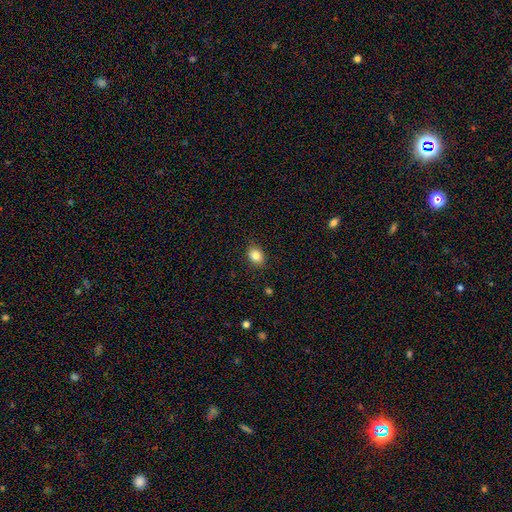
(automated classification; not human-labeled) This appears to be a smooth galaxy with no disk features (85%) that is in between round and cigar-shaped (63%). Merging: none (86%).